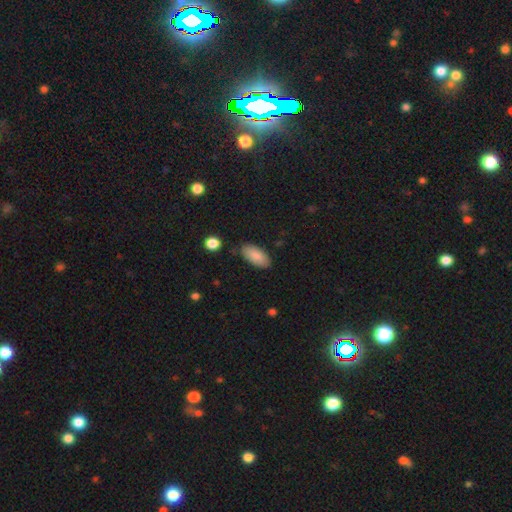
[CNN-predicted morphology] This is clearly a smooth galaxy (86%). How rounded: clearly in between (92%). Merging: clearly none (80%).